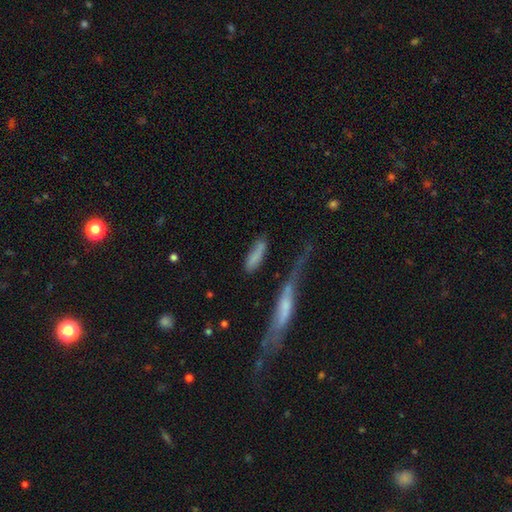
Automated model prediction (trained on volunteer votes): Q: Smooth or featured?
A: smooth (76%); runner-up: featured or disk (17%)
Q: How rounded?
A: cigar-shaped (52%); runner-up: in between (45%)
Q: Merging?
A: none (49%); runner-up: minor disturbance (20%)